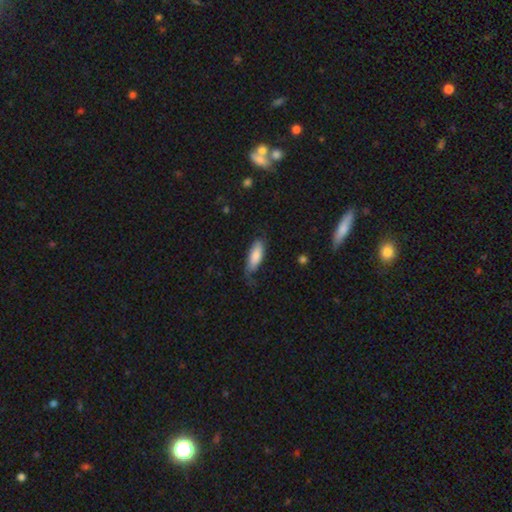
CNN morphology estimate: Smooth or featured? smooth (81%)
How rounded? in between (66%)
Merging? none (61%)